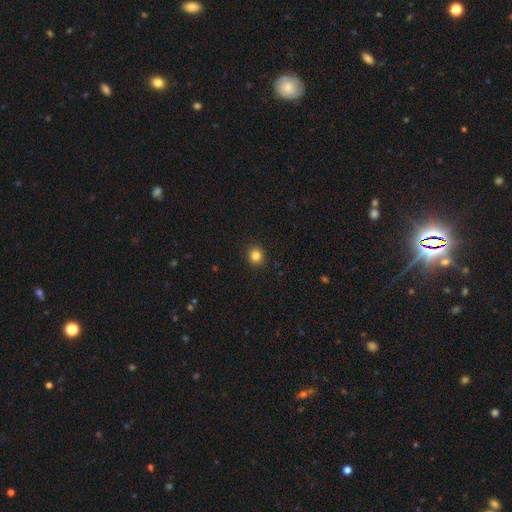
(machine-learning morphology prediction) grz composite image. It shows a smooth galaxy with no disk features (83%) that is round (88%). Merging: none (92%).